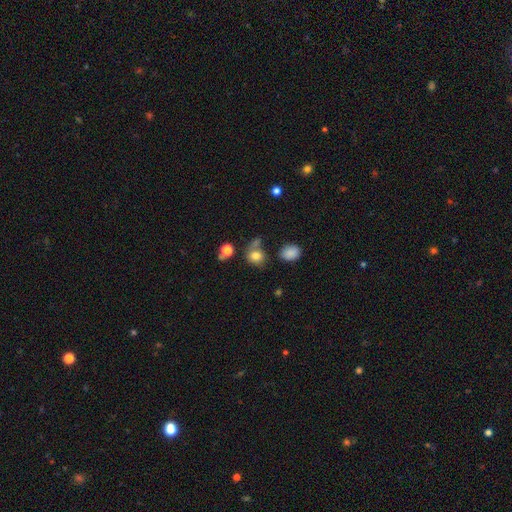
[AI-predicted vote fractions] smooth-or-featured: smooth: 78% | star or artifact: 13% | featured or disk: 9%
  how-rounded: round: 69% | in between: 30% | cigar-shaped: 1%
  merging: none: 54% | merger: 20% | minor disturbance: 17% | major disturbance: 9%